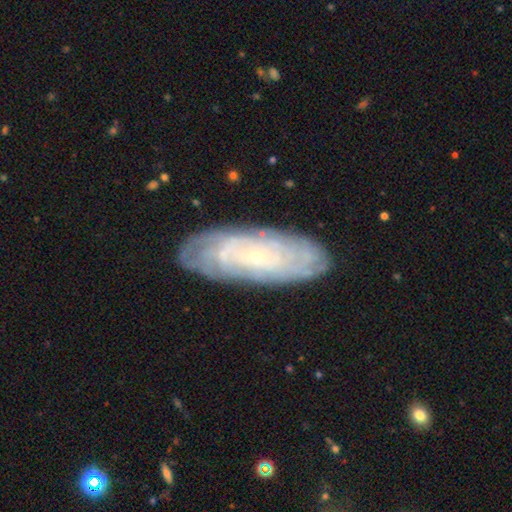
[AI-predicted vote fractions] Smooth or featured? Predicted: featured or disk (p=0.78). Edge-on disk? Predicted: no (p=0.88). Bar? Predicted: no (p=0.76). Spiral arms? Predicted: yes (p=0.93). Spiral winding? Predicted: tight (p=0.84). Spiral arm count? Predicted: can't tell (p=0.51). Bulge size? Predicted: small (p=0.87). Merging? Predicted: none (p=0.84).